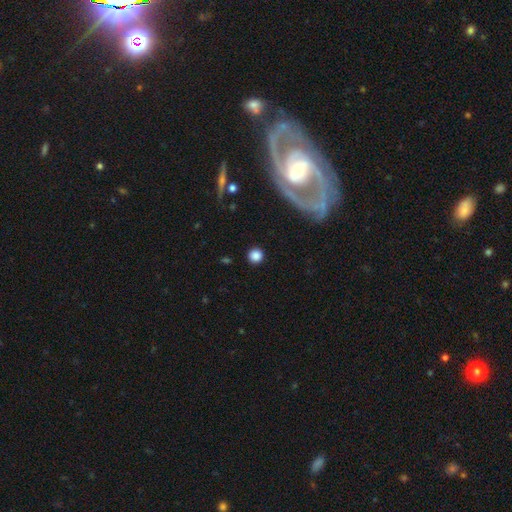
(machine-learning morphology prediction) smooth 85%, star or artifact 10%, featured or disk 5%. Down the decision tree: how rounded — round (95%); merging — none (91%).